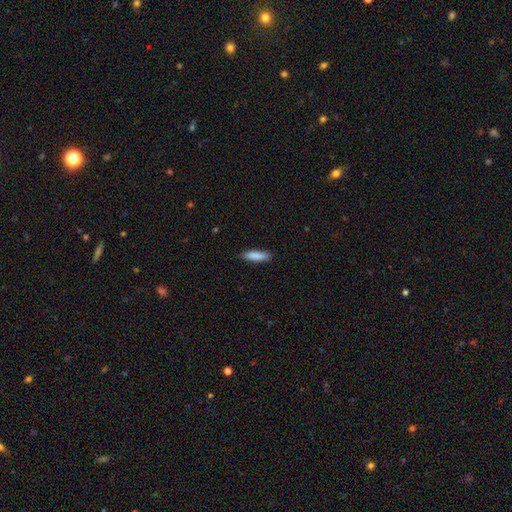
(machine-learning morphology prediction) type=smooth (87%); roundness=cigar-shaped (71%); merging=none (87%).